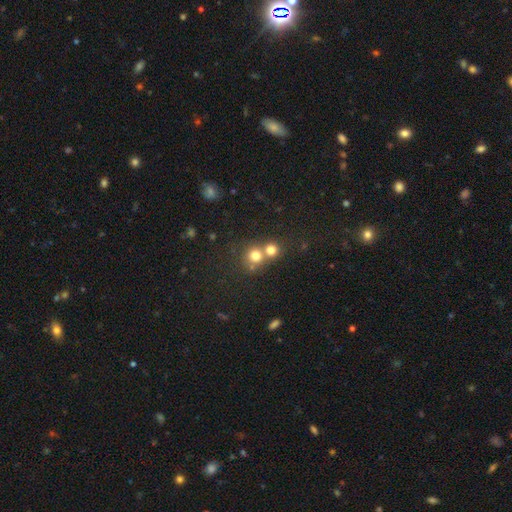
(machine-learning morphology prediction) This is likely a smooth galaxy (75%). How rounded: clearly round (87%). Merging: possibly merger (51%).